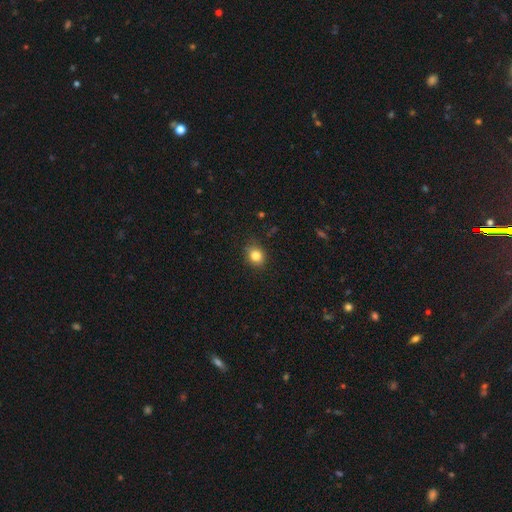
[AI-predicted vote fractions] A smooth galaxy with no disk features (83%) that is round (66%). Merging: none (85%).